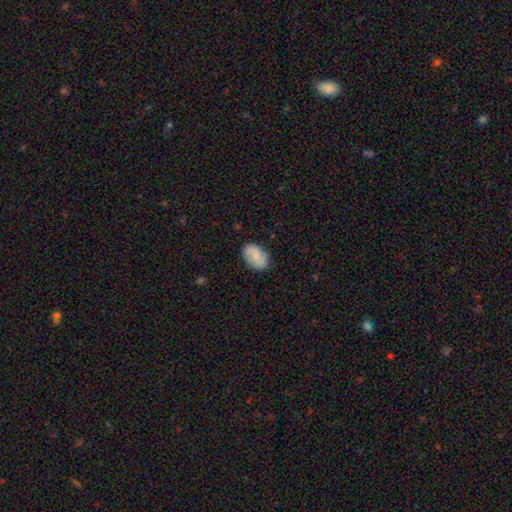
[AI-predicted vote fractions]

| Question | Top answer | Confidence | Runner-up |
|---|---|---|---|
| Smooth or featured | smooth | 63% | featured or disk (29%) |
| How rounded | in between | 87% | round (12%) |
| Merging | none | 82% | minor disturbance (14%) |